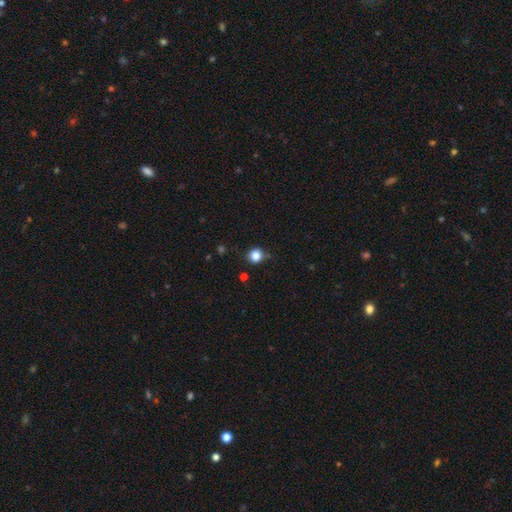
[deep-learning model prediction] The model was most divided on "merging": none: 80%, minor disturbance: 14%, major disturbance: 3%, merger: 3%. More confident: how rounded — round (90%); smooth or featured — smooth (84%).